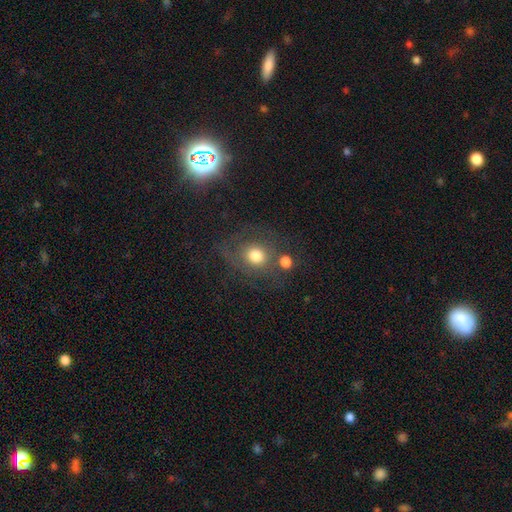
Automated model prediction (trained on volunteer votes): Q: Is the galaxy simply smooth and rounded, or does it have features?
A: smooth — 65%.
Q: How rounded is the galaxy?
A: round — 76%.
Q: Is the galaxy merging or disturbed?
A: none — 60%.